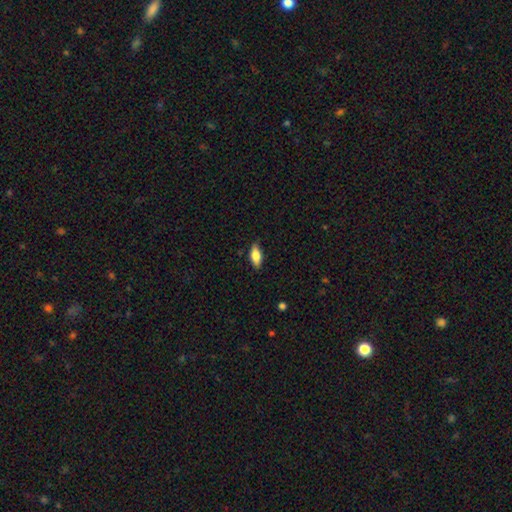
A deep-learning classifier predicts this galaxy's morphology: Smooth or featured? smooth (74%)
How rounded? in between (81%)
Merging? none (83%)